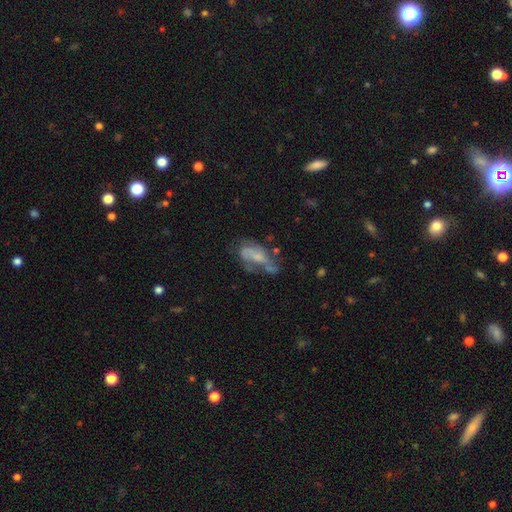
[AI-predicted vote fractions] Smooth or featured: featured or disk — 54% (smooth — 34%)
Edge-on disk: no — 92% (yes — 8%)
Bar: no — 70% (weak — 23%)
Spiral arms: no — 54% (yes — 46%)
Bulge size: small — 39% (none — 31%)
Merging: major disturbance — 32% (none — 30%)